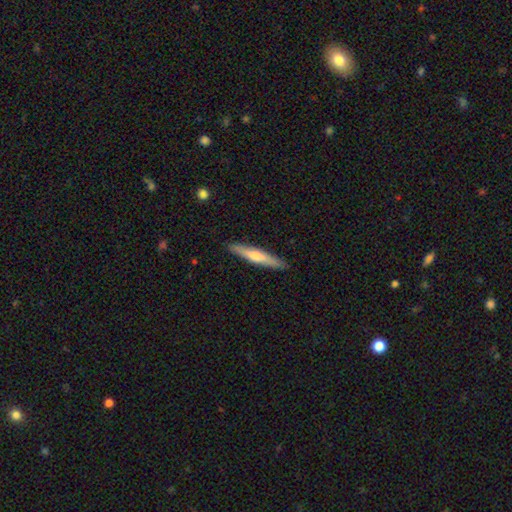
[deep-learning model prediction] smooth_or_featured: smooth (p=0.48) [alt: featured or disk p=0.47]
merging: none (p=0.91) [alt: minor disturbance p=0.07]